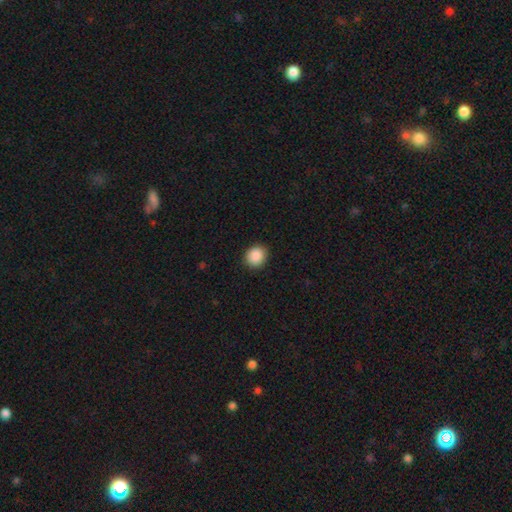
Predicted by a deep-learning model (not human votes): smooth 89%, star or artifact 8%, featured or disk 2%. Down the decision tree: how rounded — round (82%); merging — none (90%).